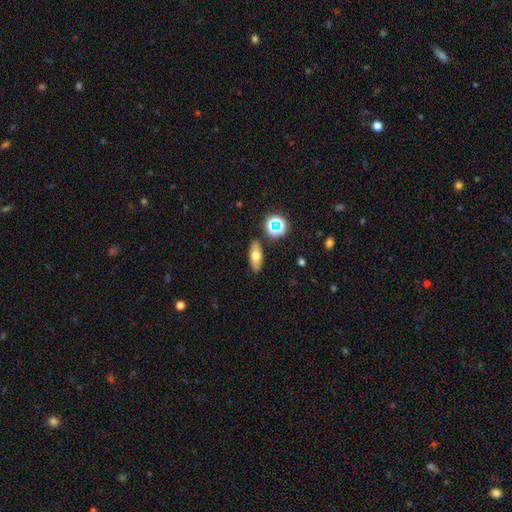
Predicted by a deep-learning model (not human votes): smooth-or-featured: smooth: 64% | featured or disk: 25% | star or artifact: 11%
  how-rounded: in between: 69% | cigar-shaped: 23% | round: 7%
  merging: none: 86% | minor disturbance: 9% | merger: 3% | major disturbance: 2%